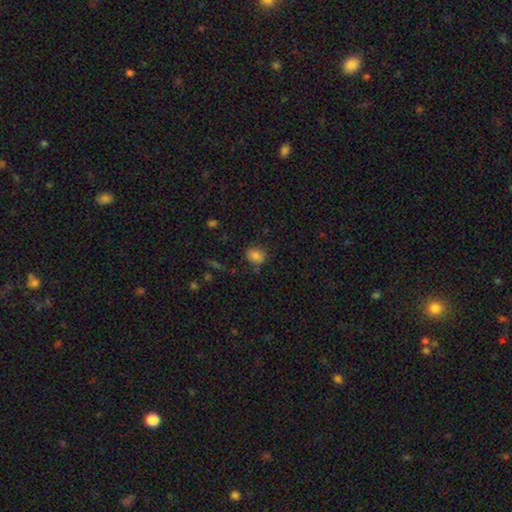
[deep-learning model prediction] Smooth or featured?
  - smooth: 82% *
  - star or artifact: 11%
  - featured or disk: 7%
How rounded?
  - round: 58% *
  - in between: 40%
  - cigar-shaped: 1%
Merging?
  - none: 75% *
  - minor disturbance: 18%
  - major disturbance: 4%
  - merger: 3%